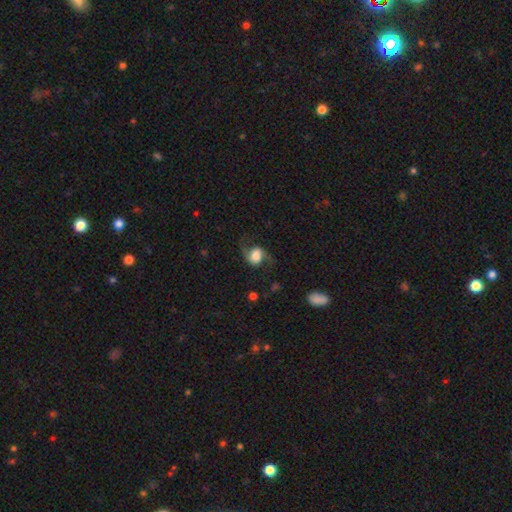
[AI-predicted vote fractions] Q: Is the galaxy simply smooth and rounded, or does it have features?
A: featured or disk — 65%.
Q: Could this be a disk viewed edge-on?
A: no — 97%.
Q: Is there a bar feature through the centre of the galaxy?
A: no — 57%.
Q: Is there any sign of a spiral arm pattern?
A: yes — 93%.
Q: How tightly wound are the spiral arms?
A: loose — 71%.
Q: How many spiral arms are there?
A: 2 — 92%.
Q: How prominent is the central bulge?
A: large — 41%.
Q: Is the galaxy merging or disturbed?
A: none — 67%.